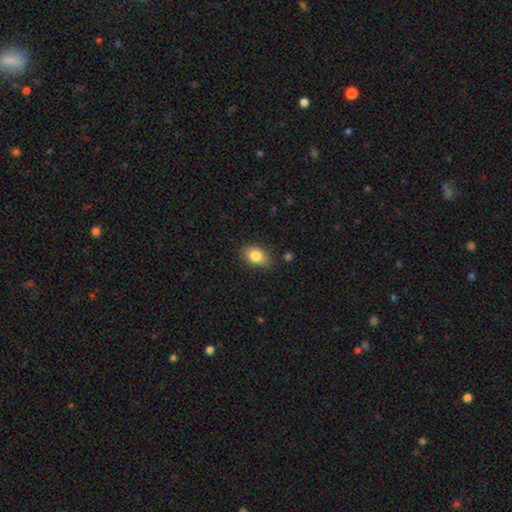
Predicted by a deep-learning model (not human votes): smooth 82%, featured or disk 9%, star or artifact 9%. Down the decision tree: how rounded — in between (81%); merging — none (80%).